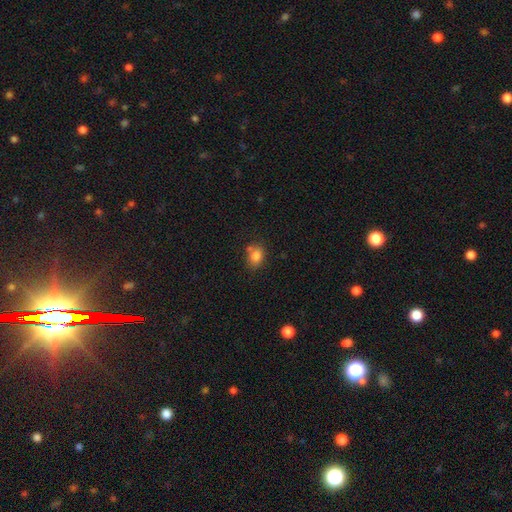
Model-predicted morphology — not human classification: A smooth galaxy with no disk features (82%) that is in between round and cigar-shaped (63%). Merging: none (66%).